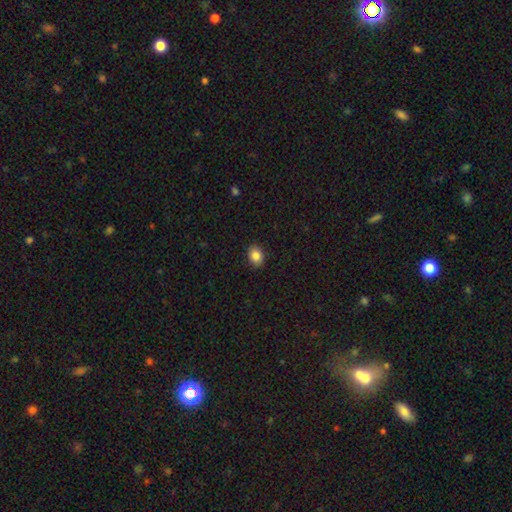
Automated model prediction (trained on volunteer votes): The model was most divided on "how rounded": in between: 71%, round: 28%, cigar-shaped: 1%. More confident: merging — none (89%); smooth or featured — smooth (86%).